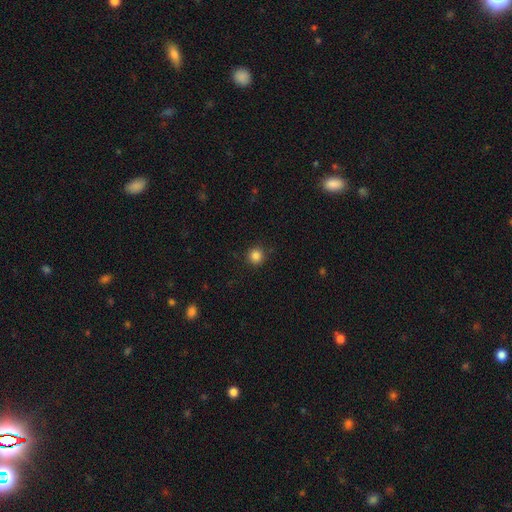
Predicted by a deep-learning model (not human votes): smooth-or-featured: smooth: 85% | star or artifact: 12% | featured or disk: 4%
  how-rounded: round: 94% | in between: 5% | cigar-shaped: 1%
  merging: none: 90% | minor disturbance: 7% | major disturbance: 2% | merger: 1%